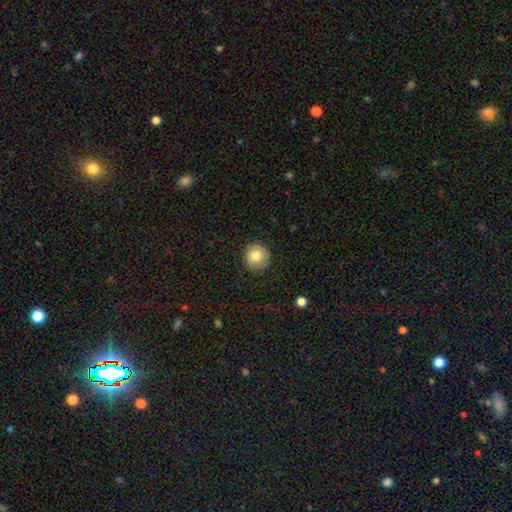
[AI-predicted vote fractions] This appears to be a smooth galaxy with no disk features (79%) that is round (92%). Merging: none (87%).